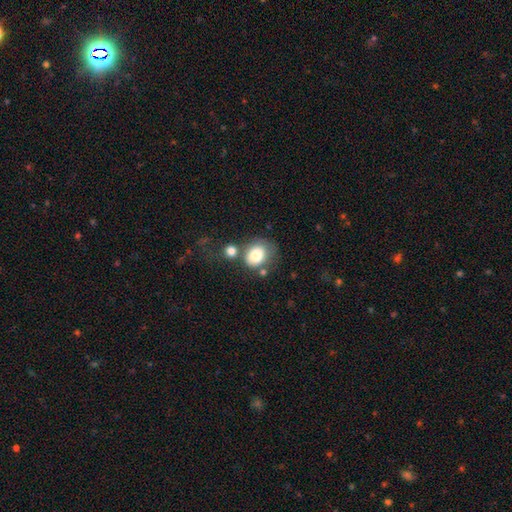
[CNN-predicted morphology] Q: Smooth or featured?
A: smooth (78%); runner-up: featured or disk (13%)
Q: How rounded?
A: round (57%); runner-up: in between (42%)
Q: Merging?
A: none (50%); runner-up: merger (20%)